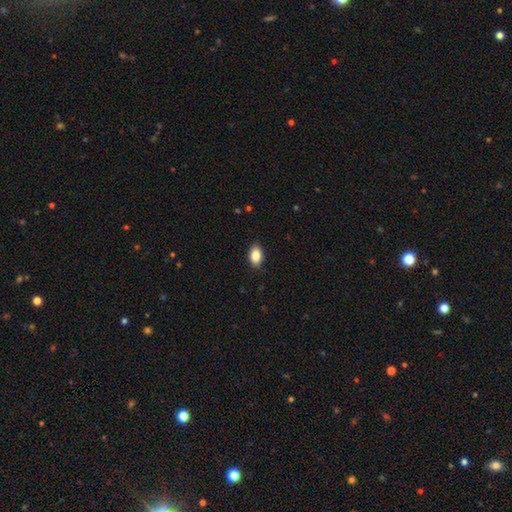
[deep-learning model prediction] Morphology: type=smooth (88%); roundness=in between (92%); merging=none (87%).